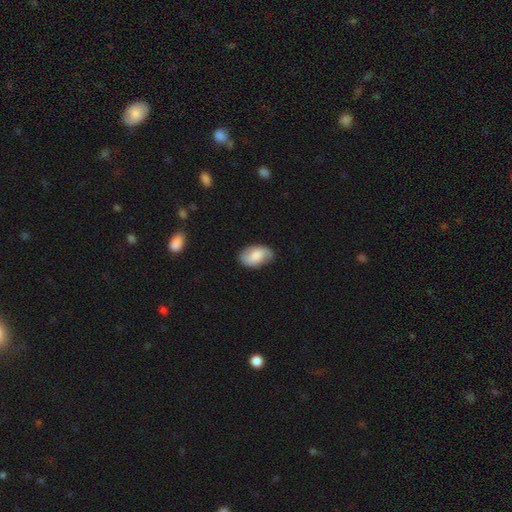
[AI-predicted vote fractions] The model was most divided on "smooth or featured": smooth: 58%, featured or disk: 35%, star or artifact: 7%. More confident: how rounded — in between (92%); merging — none (76%).